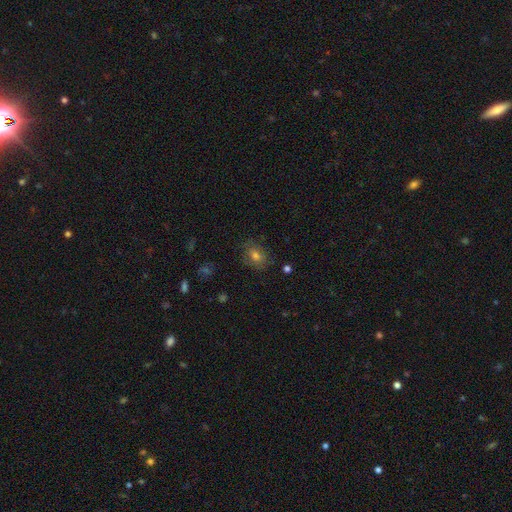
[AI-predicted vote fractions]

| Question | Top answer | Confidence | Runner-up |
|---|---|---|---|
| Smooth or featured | smooth | 63% | featured or disk (22%) |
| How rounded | in between | 54% | round (45%) |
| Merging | none | 76% | minor disturbance (17%) |